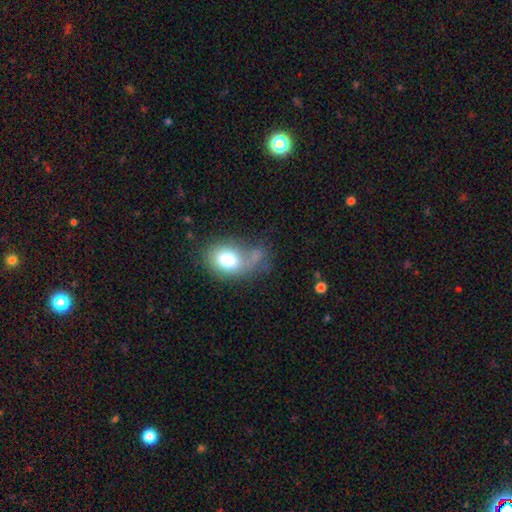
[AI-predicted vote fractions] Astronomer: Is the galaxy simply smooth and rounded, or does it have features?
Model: smooth — 74%.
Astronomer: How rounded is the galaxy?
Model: in between — 64%.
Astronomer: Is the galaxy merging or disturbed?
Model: none — 36% (runner-up: minor disturbance, 24%).